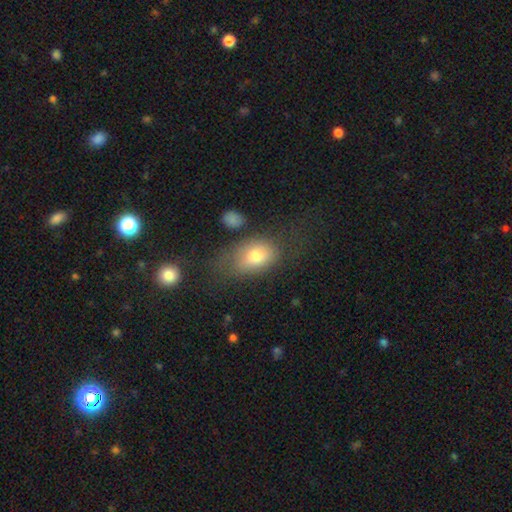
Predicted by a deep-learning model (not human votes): The model was most divided on "merging": none: 45%, minor disturbance: 25%, major disturbance: 24%, merger: 6%. More confident: how rounded — in between (81%); smooth or featured — smooth (76%).